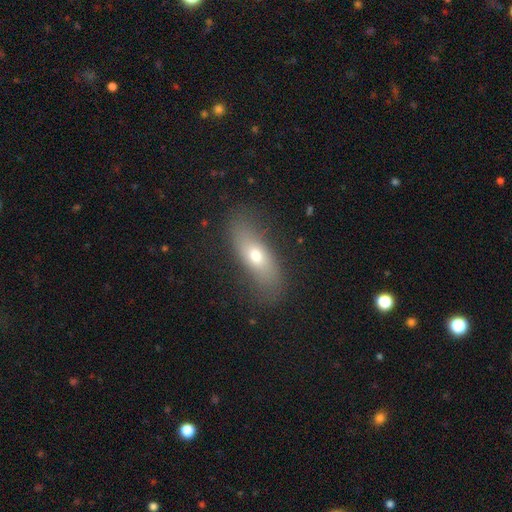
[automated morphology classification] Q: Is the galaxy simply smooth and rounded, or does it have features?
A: smooth — 56%.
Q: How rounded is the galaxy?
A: in between — 57%.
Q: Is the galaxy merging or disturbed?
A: none — 76%.